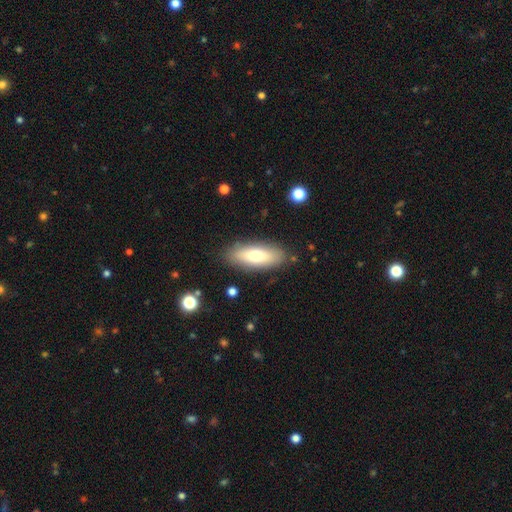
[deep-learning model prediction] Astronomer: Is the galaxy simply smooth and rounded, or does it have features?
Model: smooth — 69%.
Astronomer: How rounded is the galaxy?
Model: in between — 69%.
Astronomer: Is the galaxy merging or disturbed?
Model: none — 85%.